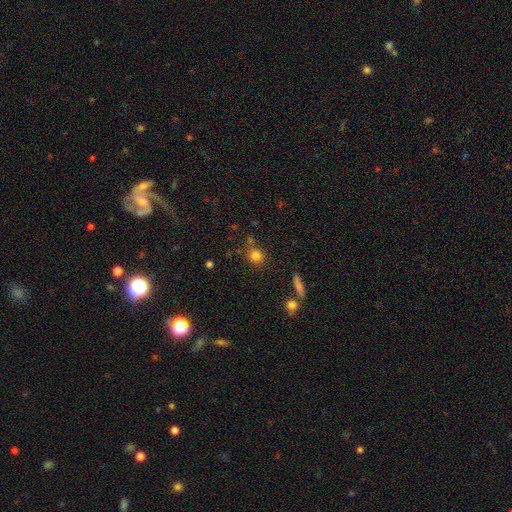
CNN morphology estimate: smooth_or_featured: smooth (p=0.81) [alt: star or artifact p=0.12]
how_rounded: round (p=0.85) [alt: in between p=0.13]
merging: none (p=0.75) [alt: minor disturbance p=0.11]